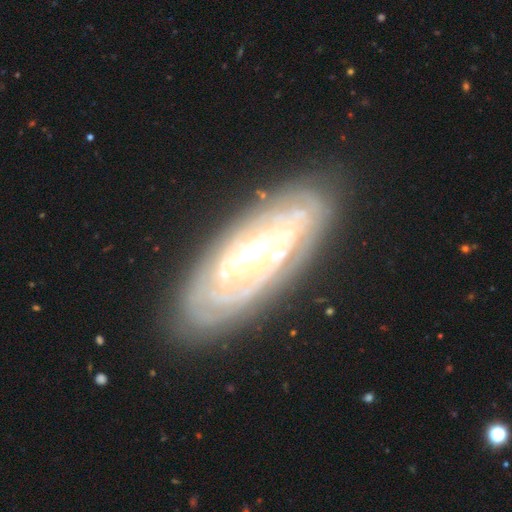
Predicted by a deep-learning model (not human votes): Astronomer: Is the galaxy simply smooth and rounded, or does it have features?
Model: featured or disk — 83%.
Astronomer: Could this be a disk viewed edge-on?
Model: no — 84%.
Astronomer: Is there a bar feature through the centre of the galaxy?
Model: strong — 37% (runner-up: weak, 35%).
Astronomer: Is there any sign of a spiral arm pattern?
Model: yes — 84%.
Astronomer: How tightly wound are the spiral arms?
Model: tight — 76%.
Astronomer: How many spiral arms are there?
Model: can't tell — 52%.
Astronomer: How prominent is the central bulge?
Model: moderate — 59%.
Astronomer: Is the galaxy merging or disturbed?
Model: none — 80%.